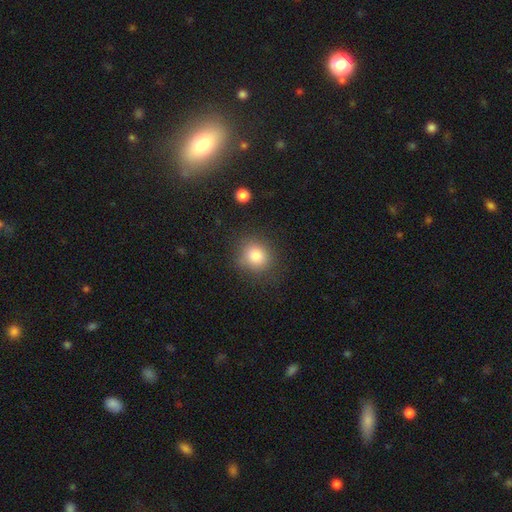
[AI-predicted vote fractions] Smooth or featured: smooth — 82% (star or artifact — 11%)
How rounded: round — 79% (in between — 20%)
Merging: none — 81% (minor disturbance — 12%)